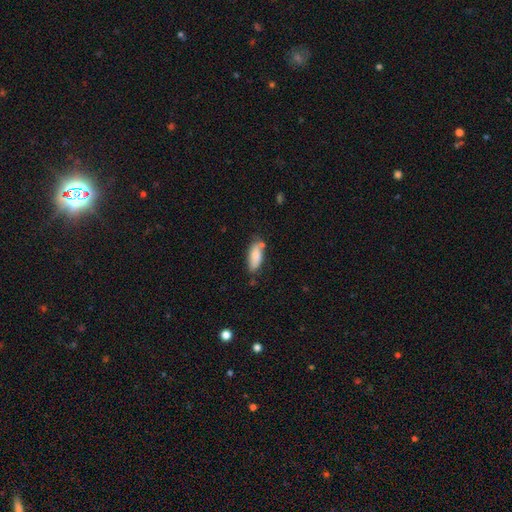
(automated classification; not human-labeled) Overall: smooth (83%). How rounded: in between (77%). Merging: none (62%; minor disturbance 23%).